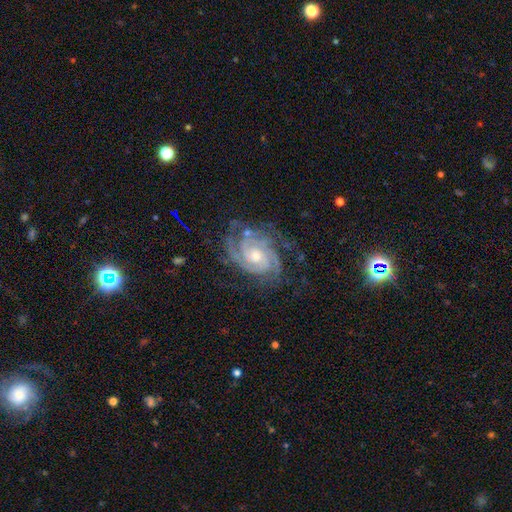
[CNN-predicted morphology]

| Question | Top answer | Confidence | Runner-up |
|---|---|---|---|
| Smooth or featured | featured or disk | 92% | star or artifact (4%) |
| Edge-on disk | no | 98% | yes (2%) |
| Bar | no | 68% | weak (24%) |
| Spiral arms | yes | 99% | no (1%) |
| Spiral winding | tight | 74% | medium (23%) |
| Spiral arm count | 3 | 37% | 4 (20%) |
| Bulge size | small | 48% | moderate (47%) |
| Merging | none | 72% | minor disturbance (19%) |